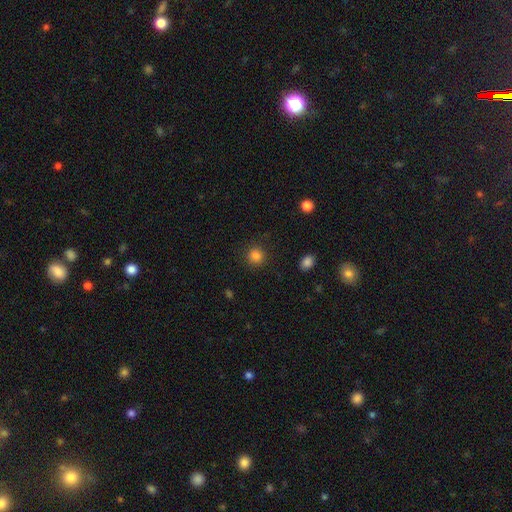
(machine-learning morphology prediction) A smooth galaxy with no disk features (84%) that is round (91%). Merging: none (89%).